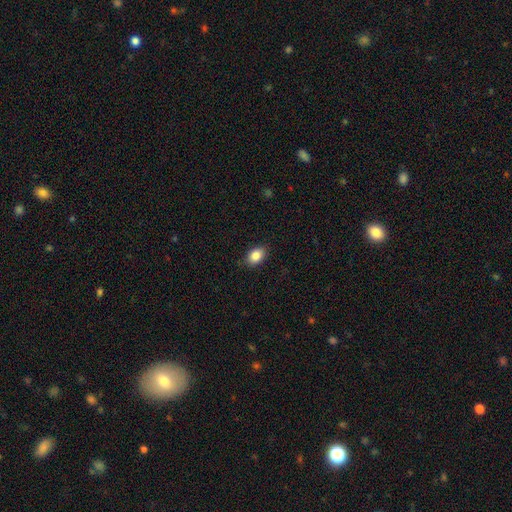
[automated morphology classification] Smooth or featured?
  - smooth: 86% *
  - star or artifact: 8%
  - featured or disk: 6%
How rounded?
  - in between: 80% *
  - round: 19%
  - cigar-shaped: 1%
Merging?
  - none: 87% *
  - minor disturbance: 10%
  - major disturbance: 2%
  - merger: 1%